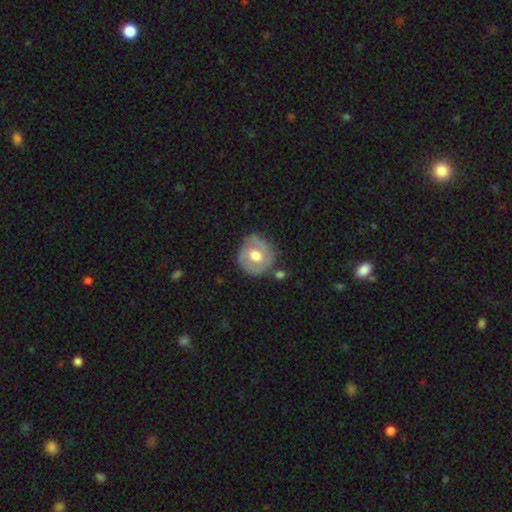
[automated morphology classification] featured or disk 52%, smooth 42%, star or artifact 6%. Down the decision tree: edge-on disk — no (95%); merging — none (69%).